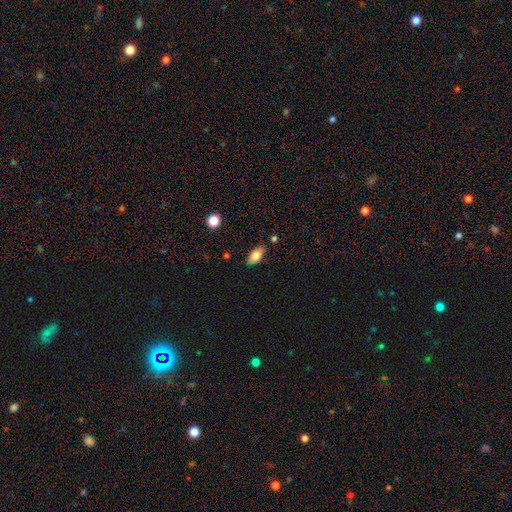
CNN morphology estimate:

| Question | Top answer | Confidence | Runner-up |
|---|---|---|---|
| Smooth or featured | smooth | 77% | featured or disk (15%) |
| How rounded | in between | 90% | cigar-shaped (5%) |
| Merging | none | 78% | minor disturbance (16%) |